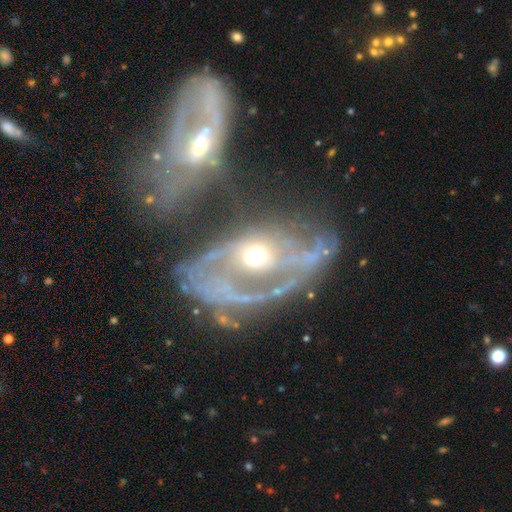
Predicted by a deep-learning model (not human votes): Overall: featured or disk (80%). Edge-on disk: no (96%). Bar: no (71%). Spiral arms: yes (73%). Spiral arm count: 2 (37%; can't tell 28%). Spiral winding: medium (36%; loose 35%). Bulge size: moderate (61%; small 28%). Merging: major disturbance (38%; none 24%).